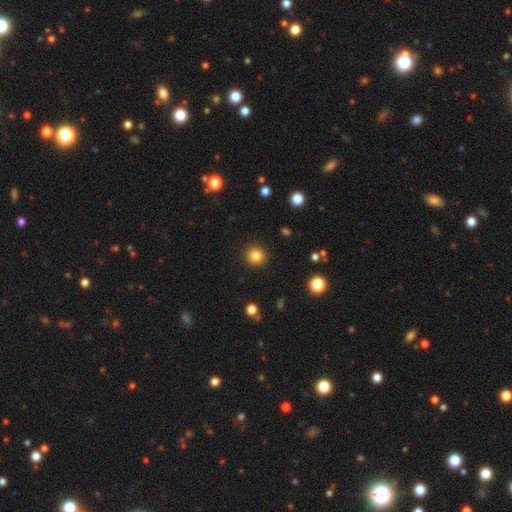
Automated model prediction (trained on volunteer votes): Overall: smooth (84%). How rounded: round (93%). Merging: none (92%).